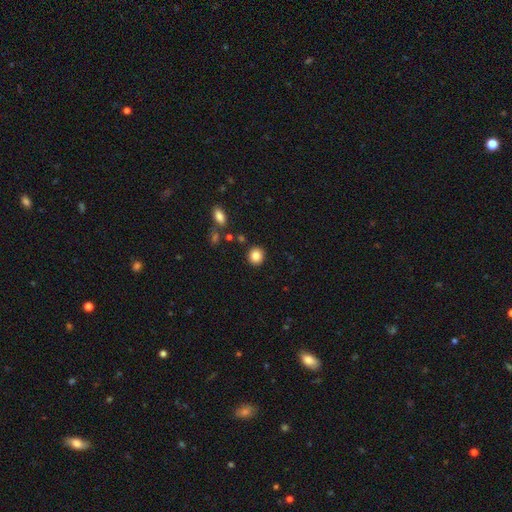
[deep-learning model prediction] The model was most divided on "how rounded": round: 86%, in between: 13%, cigar-shaped: 1%. More confident: merging — none (89%); smooth or featured — smooth (85%).